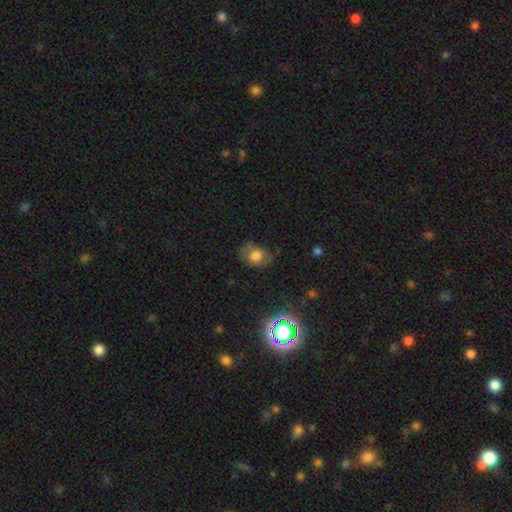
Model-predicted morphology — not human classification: Overall: smooth (57%; featured or disk 30%). How rounded: in between (71%). Merging: none (62%; minor disturbance 24%).